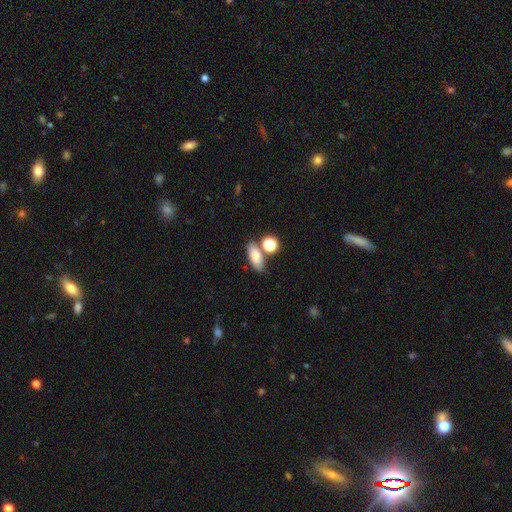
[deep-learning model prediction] Smooth or featured? smooth (80%)
How rounded? in between (79%)
Merging? none (63%)